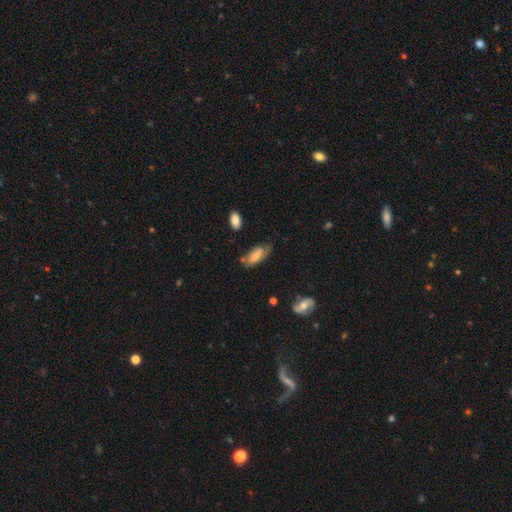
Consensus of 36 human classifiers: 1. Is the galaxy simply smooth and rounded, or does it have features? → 64% smooth, 33% featured or disk, 3% star or artifact.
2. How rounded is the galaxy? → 87% in between, 9% cigar-shaped, 4% round.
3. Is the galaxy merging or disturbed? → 69% none, 23% minor disturbance, 6% major disturbance, 3% merger.